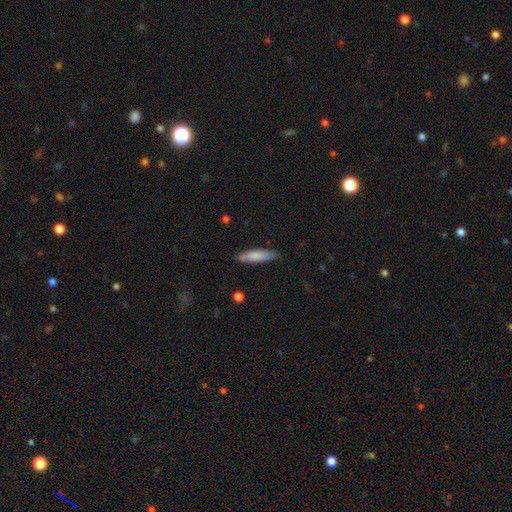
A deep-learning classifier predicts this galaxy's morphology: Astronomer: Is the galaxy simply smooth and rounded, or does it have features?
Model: smooth — 80%.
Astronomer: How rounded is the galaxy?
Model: cigar-shaped — 73%.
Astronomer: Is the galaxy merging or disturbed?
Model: none — 81%.